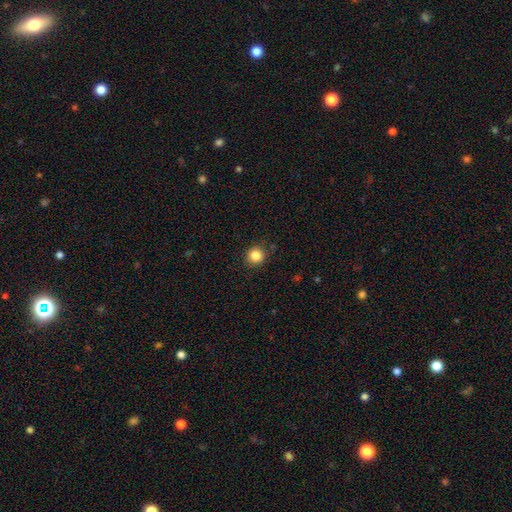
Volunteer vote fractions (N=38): A smooth galaxy with no disk features (84%) that is round (88%). Merging: none (85%).